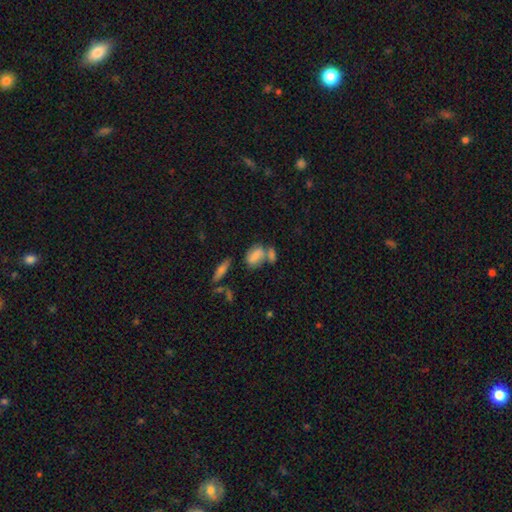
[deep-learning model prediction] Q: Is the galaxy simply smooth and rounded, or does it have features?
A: smooth — 78%.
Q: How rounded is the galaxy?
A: in between — 87%.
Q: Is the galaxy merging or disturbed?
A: merger — 42%.